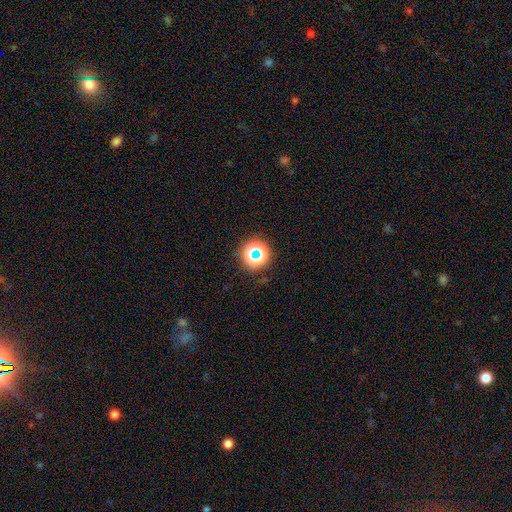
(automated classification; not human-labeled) Overall: star or artifact (60%; smooth 30%).